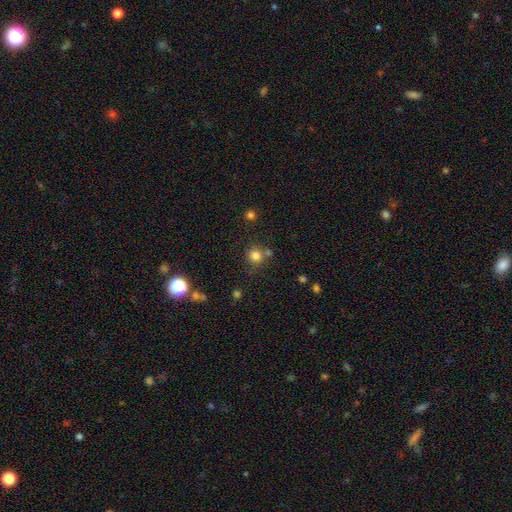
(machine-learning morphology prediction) type=smooth (80%); roundness=round (91%); merging=none (71%).